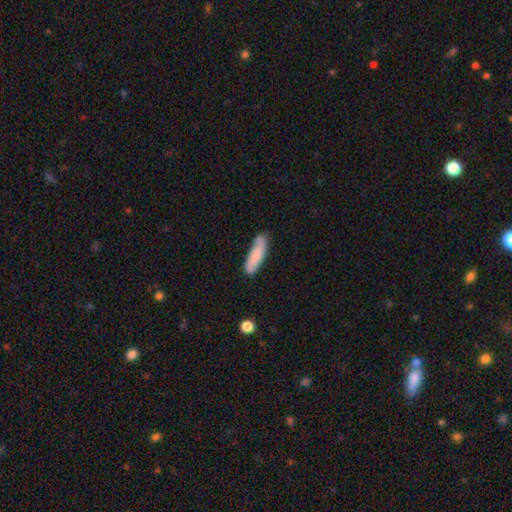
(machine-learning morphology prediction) Smooth or featured?
  - smooth: 80% *
  - featured or disk: 14%
  - star or artifact: 6%
How rounded?
  - cigar-shaped: 71% *
  - in between: 28%
  - round: 1%
Merging?
  - none: 77% *
  - minor disturbance: 17%
  - major disturbance: 3%
  - merger: 3%